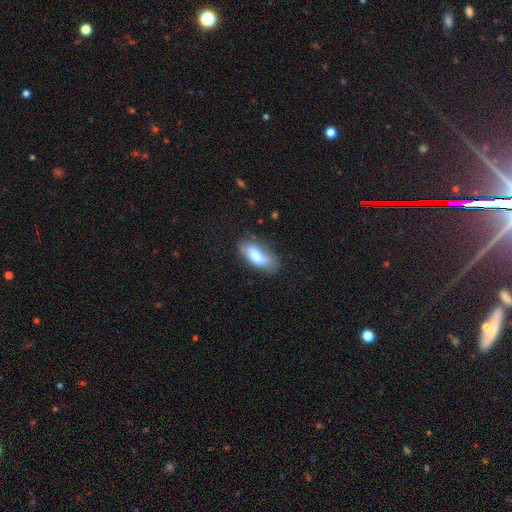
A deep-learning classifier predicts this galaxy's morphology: Smooth or featured?
  - smooth: 74% *
  - featured or disk: 19%
  - star or artifact: 7%
How rounded?
  - in between: 82% *
  - cigar-shaped: 15%
  - round: 3%
Merging?
  - none: 63% *
  - minor disturbance: 26%
  - major disturbance: 9%
  - merger: 2%